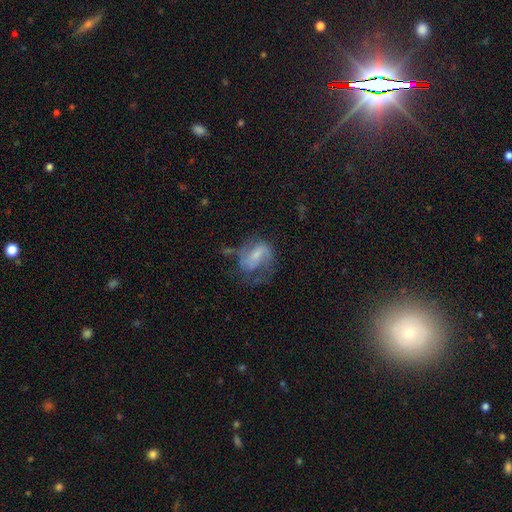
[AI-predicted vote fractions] Smooth or featured? Predicted: featured or disk (p=0.66). Edge-on disk? Predicted: no (p=0.97). Bar? Predicted: weak (p=0.47). Spiral arms? Predicted: yes (p=0.82). Spiral winding? Predicted: medium (p=0.46). Spiral arm count? Predicted: 2 (p=0.65). Bulge size? Predicted: small (p=0.47). Merging? Predicted: none (p=0.41).